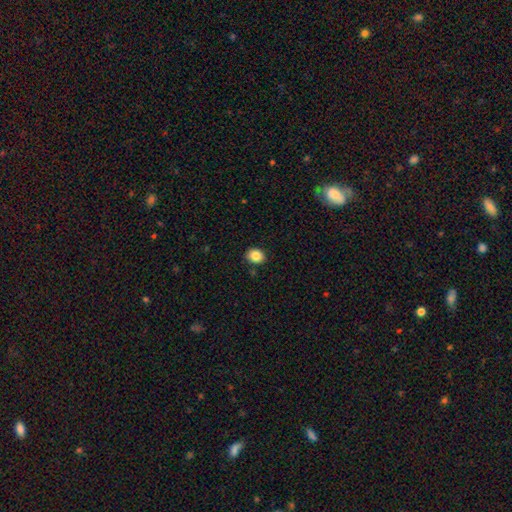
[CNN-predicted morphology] Smooth or featured? Predicted: smooth (p=0.85). How rounded? Predicted: round (p=0.56). Merging? Predicted: none (p=0.87).